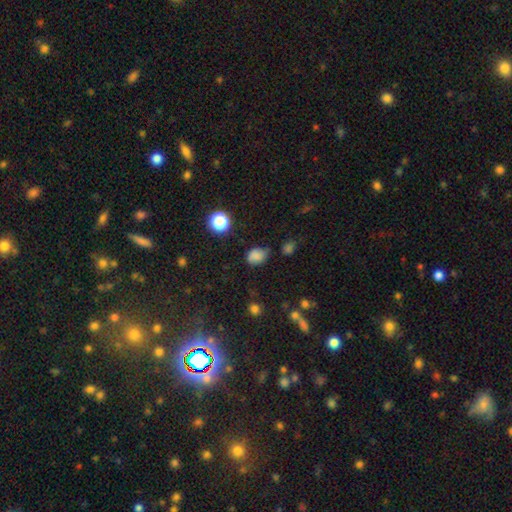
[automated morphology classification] Overall: smooth (76%). How rounded: in between (60%; round 39%). Merging: none (54%; minor disturbance 33%).